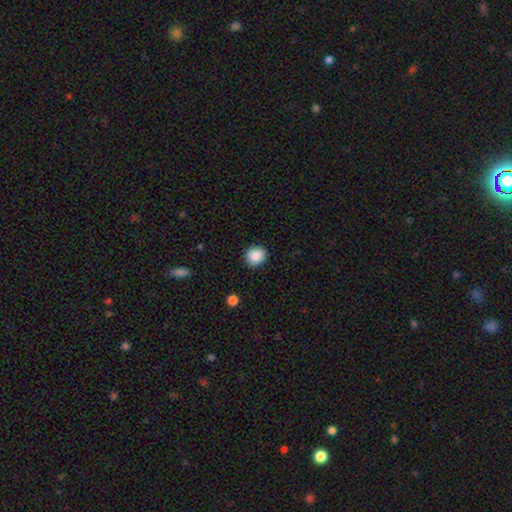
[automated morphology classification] smooth_or_featured: smooth (p=0.89) [alt: star or artifact p=0.09]
how_rounded: round (p=0.83) [alt: in between p=0.17]
merging: none (p=0.89) [alt: minor disturbance p=0.07]